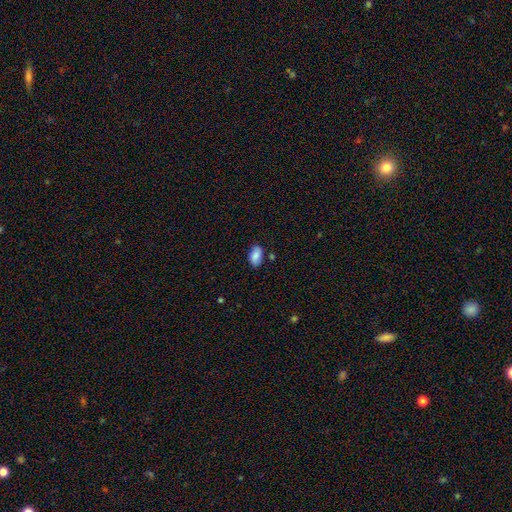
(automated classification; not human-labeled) The model was most divided on "merging": none: 77%, minor disturbance: 16%, merger: 4%, major disturbance: 3%. More confident: how rounded — in between (93%); smooth or featured — smooth (82%).